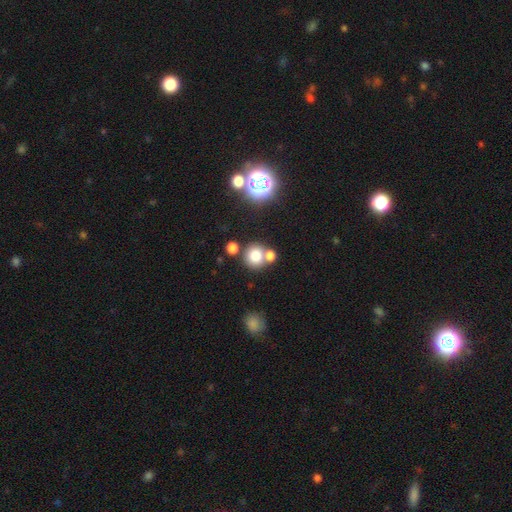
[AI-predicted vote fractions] A smooth galaxy with no disk features (76%) that is round (86%). Merging: none (57%).